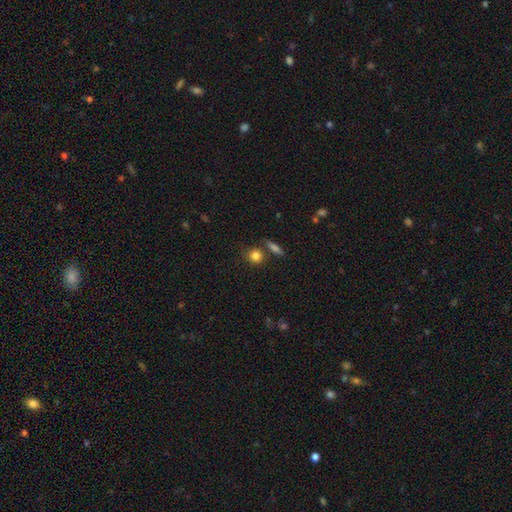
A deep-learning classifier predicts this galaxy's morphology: A smooth galaxy with no disk features (83%) that is round (81%).

Vote fractions:
- Smooth or featured? smooth: 83% / star or artifact: 10% / featured or disk: 6%
- How rounded? round: 81% / in between: 16% / cigar-shaped: 3%
- Merging? none: 71% / merger: 14% / minor disturbance: 12% / major disturbance: 4%